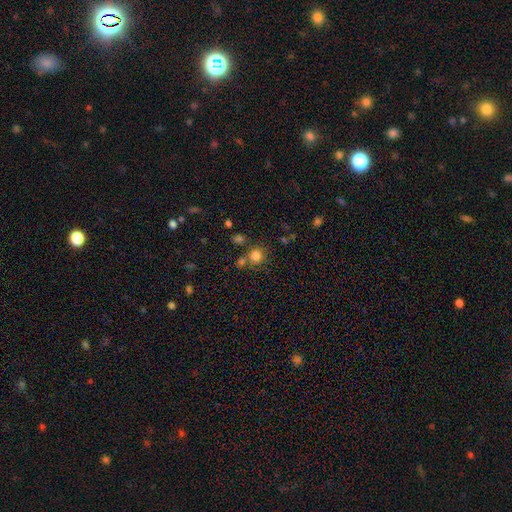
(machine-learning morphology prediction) This is likely a smooth galaxy (80%). How rounded: clearly round (84%). Merging: likely none (65%).